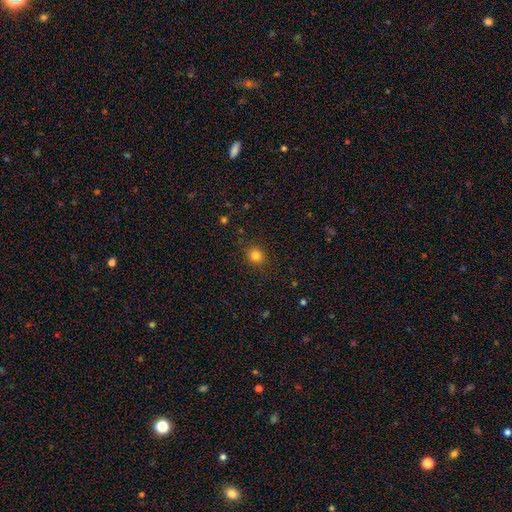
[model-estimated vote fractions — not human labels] Q: Smooth or featured?
A: smooth (82%); runner-up: star or artifact (13%)
Q: How rounded?
A: round (77%); runner-up: in between (22%)
Q: Merging?
A: none (88%); runner-up: minor disturbance (8%)